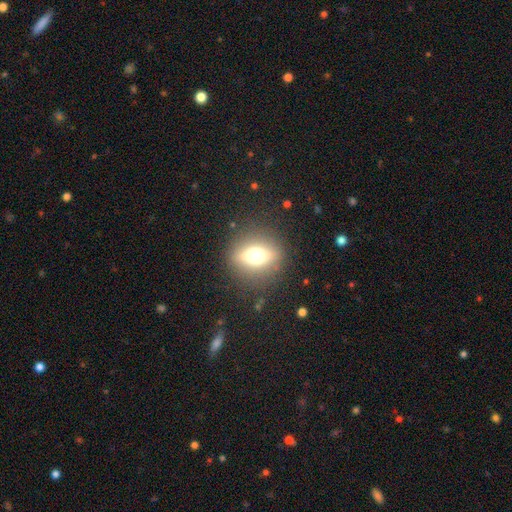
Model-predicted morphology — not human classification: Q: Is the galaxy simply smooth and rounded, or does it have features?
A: smooth — 53%.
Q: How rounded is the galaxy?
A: round — 67%.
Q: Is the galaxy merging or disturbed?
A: none — 86%.